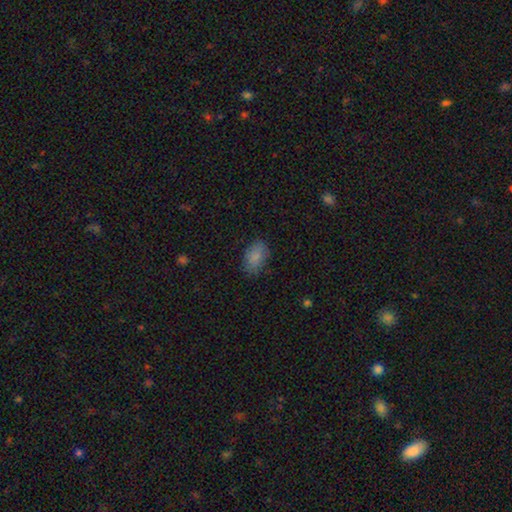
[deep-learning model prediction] The model was most divided on "merging": none: 80%, minor disturbance: 15%, major disturbance: 4%, merger: 1%. More confident: how rounded — in between (90%); smooth or featured — smooth (85%).